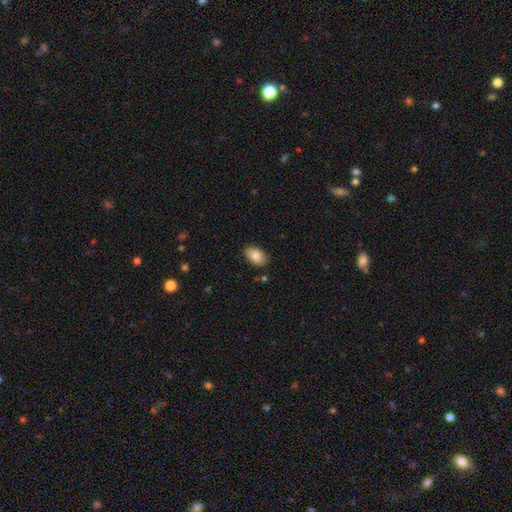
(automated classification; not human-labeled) Overall: smooth (84%). How rounded: in between (89%). Merging: none (85%).